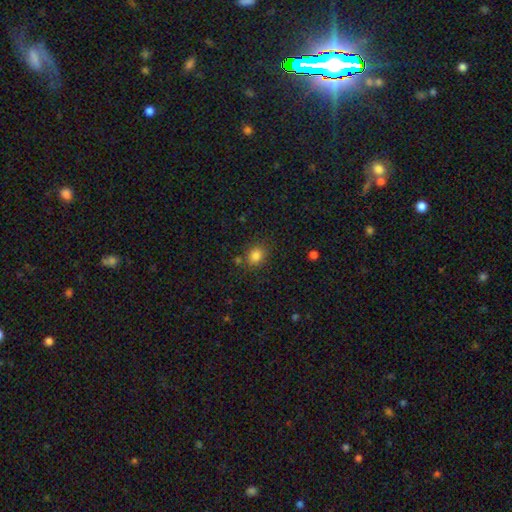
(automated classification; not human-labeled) Smooth or featured?
  - smooth: 83% *
  - star or artifact: 12%
  - featured or disk: 5%
How rounded?
  - round: 65% *
  - in between: 34%
  - cigar-shaped: 1%
Merging?
  - none: 79% *
  - minor disturbance: 11%
  - merger: 5%
  - major disturbance: 4%